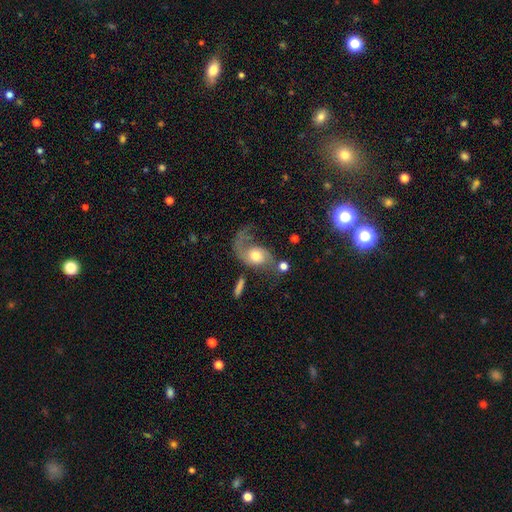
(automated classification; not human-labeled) Smooth or featured? featured or disk (66%)
Edge-on disk? no (96%)
Bar? no (73%)
Spiral arms? yes (88%)
Spiral winding? loose (74%)
Spiral arm count? 2 (55%)
Bulge size? moderate (62%)
Merging? major disturbance (41%)